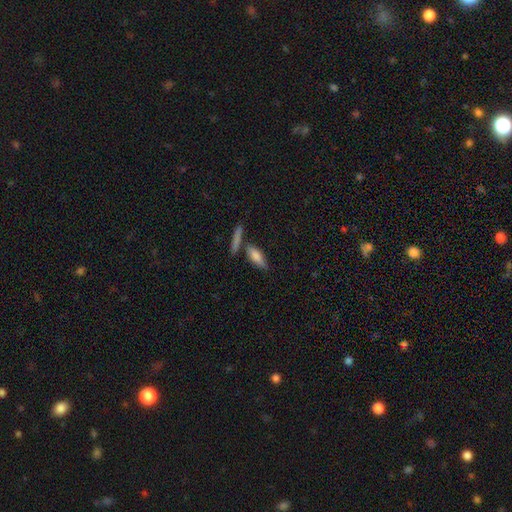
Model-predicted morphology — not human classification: Q: Smooth or featured?
A: smooth (72%); runner-up: featured or disk (21%)
Q: How rounded?
A: in between (53%); runner-up: cigar-shaped (44%)
Q: Merging?
A: none (64%); runner-up: merger (19%)